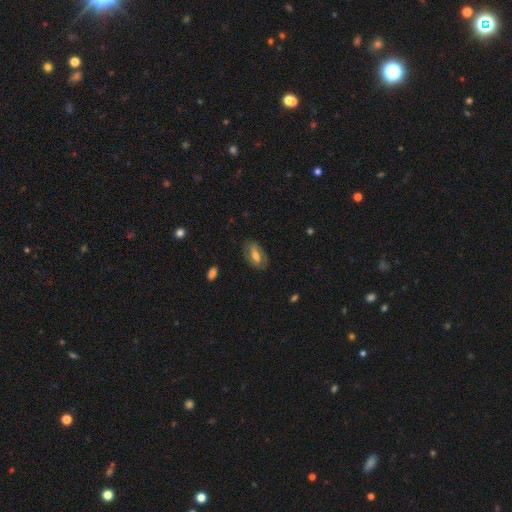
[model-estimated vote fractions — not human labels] This is possibly a featured or disk galaxy (54%). It is clearly not viewed edge-on (88%). Merging: likely none (78%).